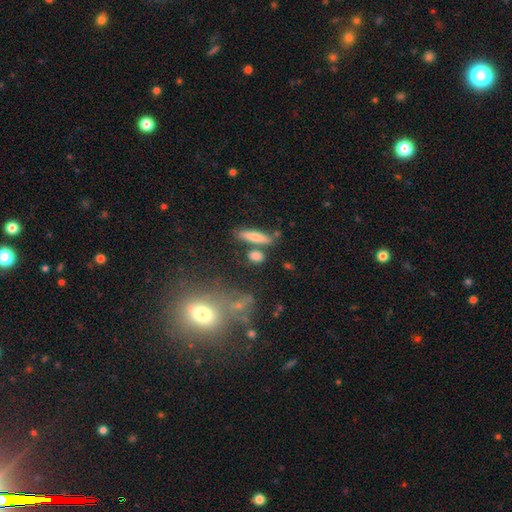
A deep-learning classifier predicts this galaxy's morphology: A smooth galaxy with no disk features (76%) that is cigar-shaped (59%).

Vote fractions:
- Smooth or featured? smooth: 76% / featured or disk: 15% / star or artifact: 9%
- How rounded? cigar-shaped: 59% / in between: 31% / round: 11%
- Merging? none: 75% / merger: 11% / minor disturbance: 10% / major disturbance: 3%